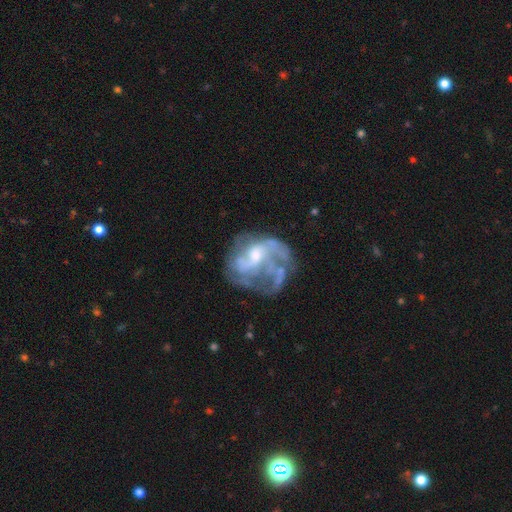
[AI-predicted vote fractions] Smooth or featured?
  - featured or disk: 78% *
  - smooth: 13%
  - star or artifact: 9%
Edge-on disk?
  - no: 98% *
  - yes: 2%
Bar?
  - no: 60% *
  - weak: 33%
  - strong: 7%
Spiral arms?
  - yes: 72% *
  - no: 28%
Spiral winding?
  - medium: 41% *
  - loose: 35%
  - tight: 24%
Spiral arm count?
  - can't tell: 35% *
  - 3: 23%
  - 2: 20%
  - 4: 9%
  - 1: 8%
  - more than 4: 5%
Bulge size?
  - moderate: 47% *
  - small: 36%
  - none: 11%
  - large: 5%
  - dominant: 1%
Merging?
  - none: 40% *
  - major disturbance: 35%
  - minor disturbance: 19%
  - merger: 6%